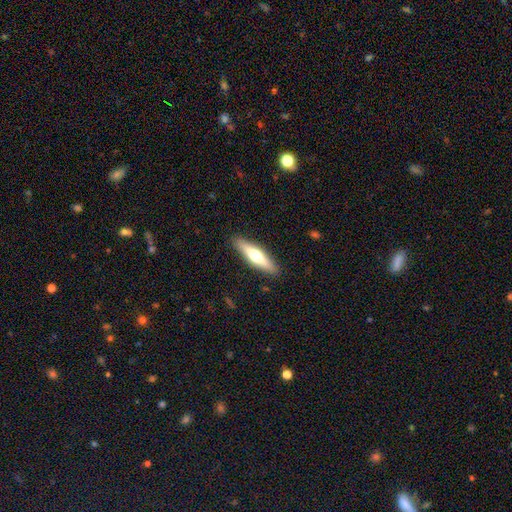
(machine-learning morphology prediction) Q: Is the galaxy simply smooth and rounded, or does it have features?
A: featured or disk — 50%.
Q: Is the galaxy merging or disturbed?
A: none — 90%.